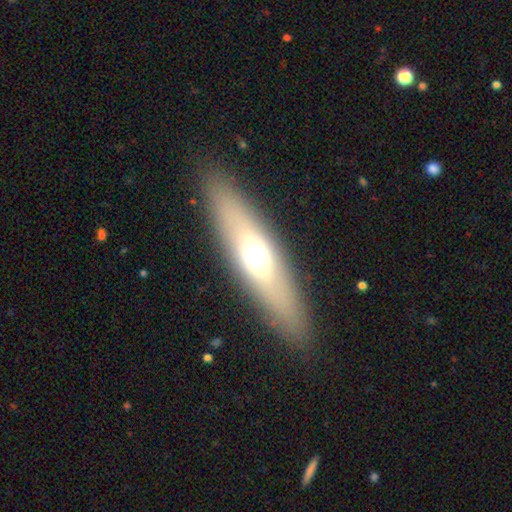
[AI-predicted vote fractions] Smooth or featured: smooth — 52% (featured or disk — 40%)
How rounded: cigar-shaped — 67% (in between — 30%)
Merging: none — 89% (minor disturbance — 7%)